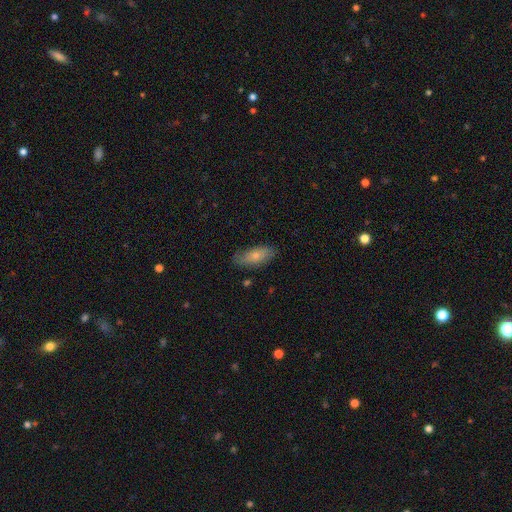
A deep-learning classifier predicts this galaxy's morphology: A smooth galaxy with no disk features (72%) that is in between round and cigar-shaped (79%).

Vote fractions:
- Smooth or featured? smooth: 72% / featured or disk: 21% / star or artifact: 7%
- How rounded? in between: 79% / cigar-shaped: 19% / round: 3%
- Merging? none: 77% / minor disturbance: 18% / major disturbance: 3% / merger: 1%